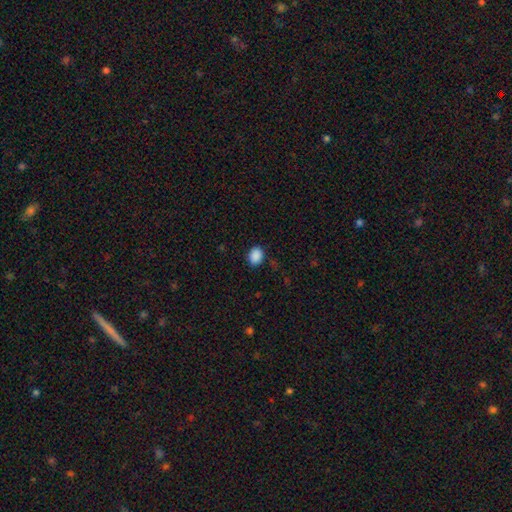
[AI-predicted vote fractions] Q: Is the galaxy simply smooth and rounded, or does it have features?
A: smooth — 89%.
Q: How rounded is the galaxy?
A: in between — 60%.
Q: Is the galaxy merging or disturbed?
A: none — 83%.